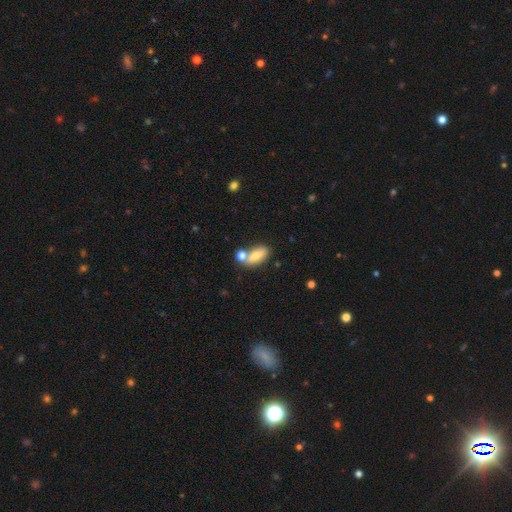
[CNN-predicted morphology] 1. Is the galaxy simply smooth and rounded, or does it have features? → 74% smooth, 17% featured or disk, 8% star or artifact.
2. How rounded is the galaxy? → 83% in between, 9% cigar-shaped, 7% round.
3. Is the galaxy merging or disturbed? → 56% none, 26% merger, 13% minor disturbance, 4% major disturbance.